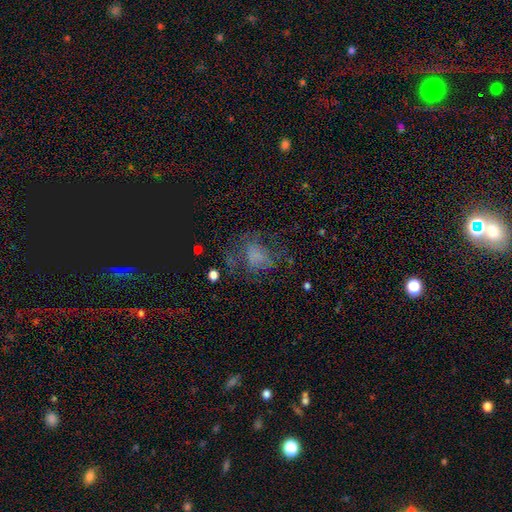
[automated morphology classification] Smooth or featured: smooth — 48% (featured or disk — 32%)
Merging: none — 47% (major disturbance — 30%)